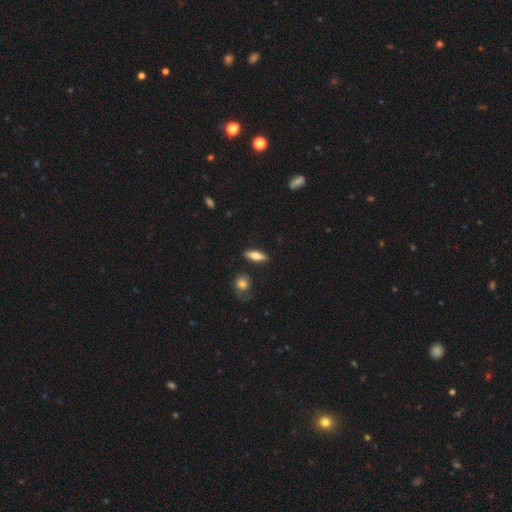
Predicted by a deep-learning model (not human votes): Smooth or featured: smooth — 68% (featured or disk — 25%)
How rounded: in between — 57% (cigar-shaped — 39%)
Merging: none — 85% (minor disturbance — 10%)